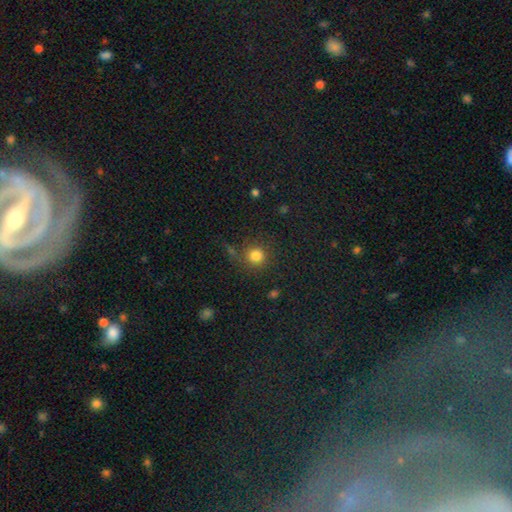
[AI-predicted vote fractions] The model was most divided on "merging": none: 76%, minor disturbance: 12%, major disturbance: 7%, merger: 5%. More confident: how rounded — round (92%); smooth or featured — smooth (81%).